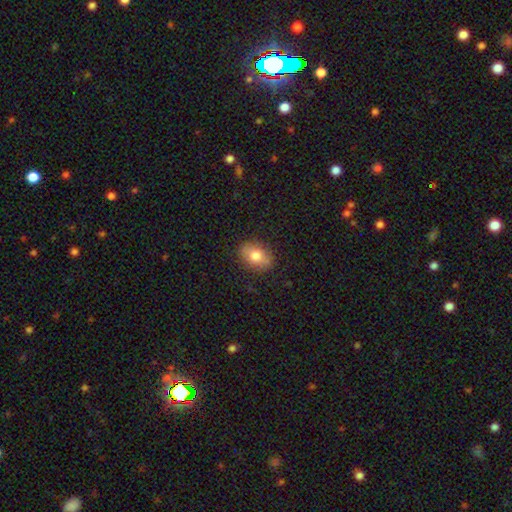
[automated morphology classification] smooth_or_featured: smooth (p=0.77) [alt: featured or disk p=0.15]
how_rounded: in between (p=0.80) [alt: round p=0.18]
merging: none (p=0.86) [alt: minor disturbance p=0.11]